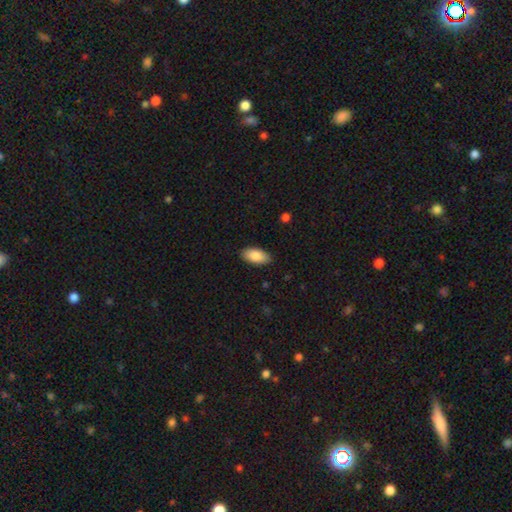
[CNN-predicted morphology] This appears to be a smooth galaxy with no disk features (87%) that is in between round and cigar-shaped (94%). Merging: none (88%).